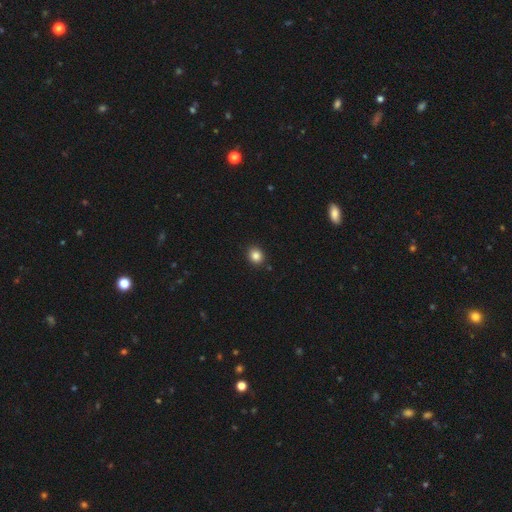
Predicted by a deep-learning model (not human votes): Smooth or featured? smooth (85%)
How rounded? round (75%)
Merging? none (90%)